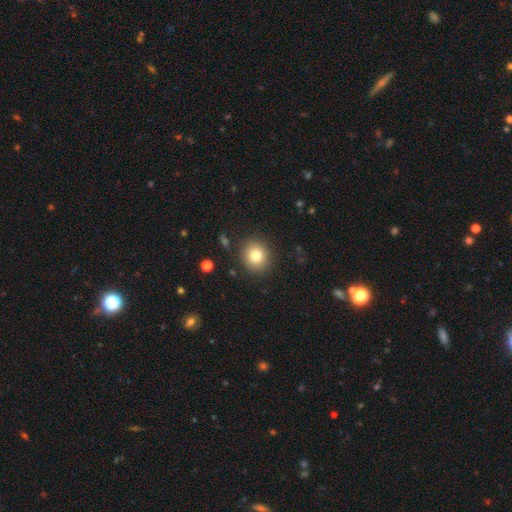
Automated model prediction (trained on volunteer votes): Overall: smooth (79%). How rounded: round (84%). Merging: none (89%).